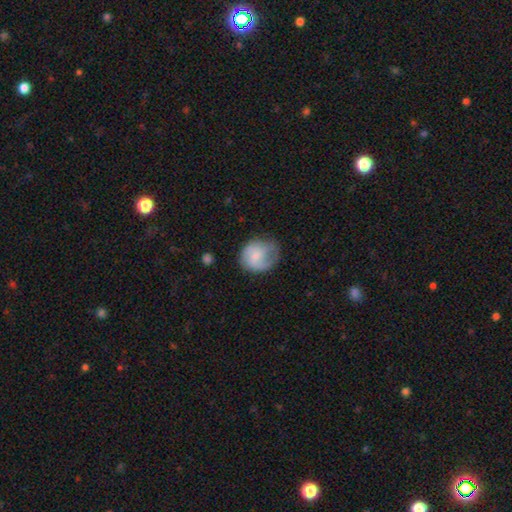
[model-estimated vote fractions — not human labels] A smooth galaxy with no disk features (60%) that is round (74%).

Vote fractions:
- Smooth or featured? smooth: 60% / featured or disk: 32% / star or artifact: 7%
- How rounded? round: 74% / in between: 25% / cigar-shaped: 1%
- Merging? none: 53% / minor disturbance: 28% / major disturbance: 17% / merger: 2%